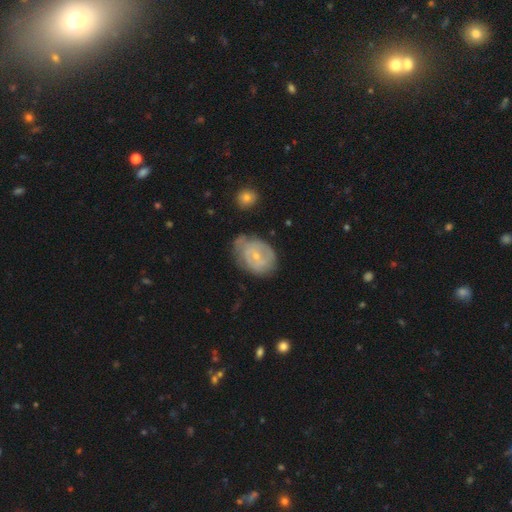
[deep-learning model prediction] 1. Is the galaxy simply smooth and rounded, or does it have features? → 65% featured or disk, 29% smooth, 7% star or artifact.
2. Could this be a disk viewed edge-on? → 96% no, 4% yes.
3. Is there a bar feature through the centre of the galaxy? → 53% no, 39% weak, 8% strong.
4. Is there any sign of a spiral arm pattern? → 69% yes, 31% no.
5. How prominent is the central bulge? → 68% small, 28% moderate, 2% none, 1% large, 1% dominant.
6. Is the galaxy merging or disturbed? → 53% none, 31% minor disturbance, 12% major disturbance, 4% merger.